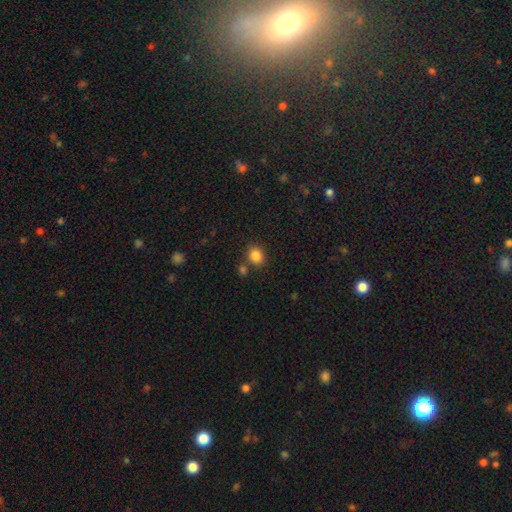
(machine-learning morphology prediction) smooth_or_featured: smooth (p=0.85) [alt: star or artifact p=0.11]
how_rounded: round (p=0.66) [alt: in between p=0.34]
merging: none (p=0.77) [alt: merger p=0.11]